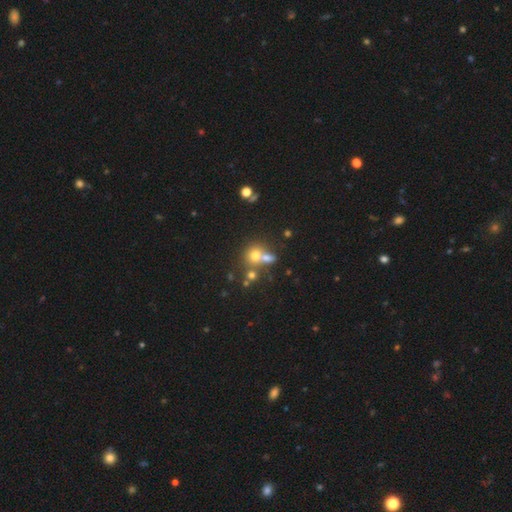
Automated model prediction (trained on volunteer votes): smooth 66%, star or artifact 18%, featured or disk 16%. Down the decision tree: how rounded — round (76%); merging — merger (44%).